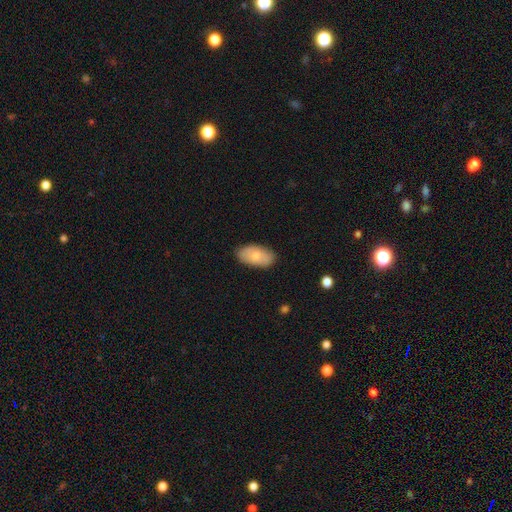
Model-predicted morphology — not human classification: Smooth or featured? Predicted: smooth (p=0.77). How rounded? Predicted: in between (p=0.94). Merging? Predicted: none (p=0.83).